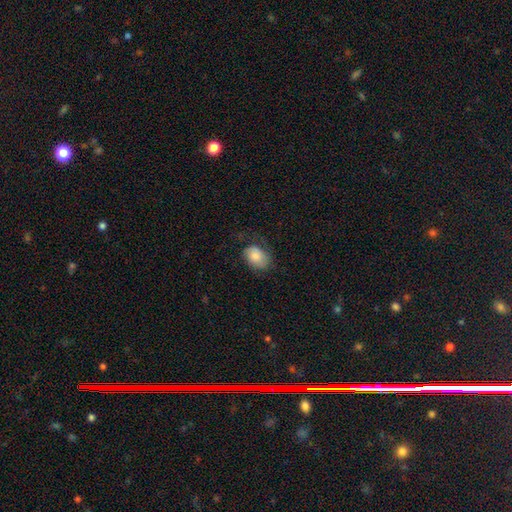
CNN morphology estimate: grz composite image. It shows a smooth galaxy with no disk features (73%) that is in between round and cigar-shaped (69%). Merging: none (56%).